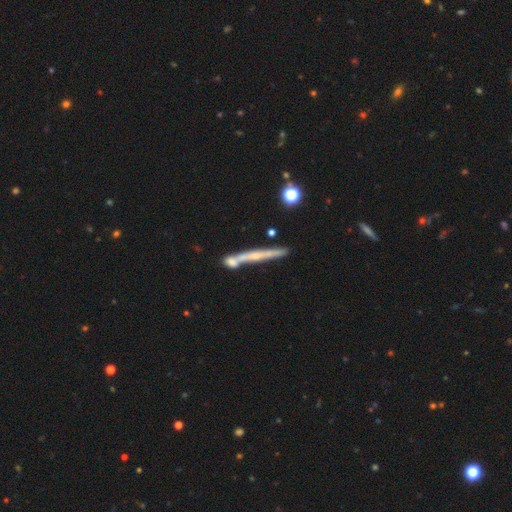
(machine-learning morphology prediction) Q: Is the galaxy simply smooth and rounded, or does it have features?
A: featured or disk — 59%.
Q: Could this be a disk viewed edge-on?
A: yes — 93%.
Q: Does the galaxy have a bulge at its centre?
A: none — 59%.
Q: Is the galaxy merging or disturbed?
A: none — 67%.